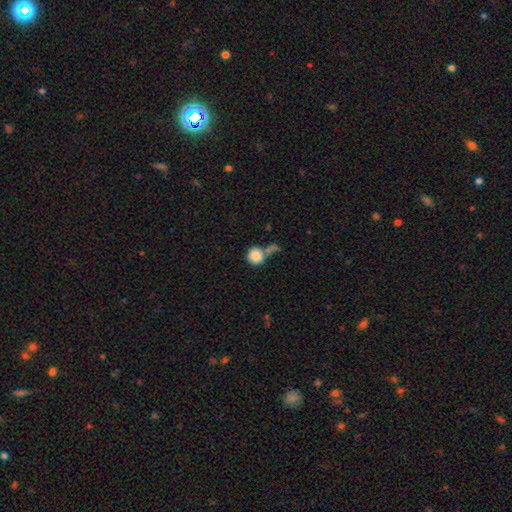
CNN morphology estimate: Smooth or featured?
  - smooth: 85% *
  - star or artifact: 8%
  - featured or disk: 7%
How rounded?
  - round: 92% *
  - in between: 7%
  - cigar-shaped: 1%
Merging?
  - none: 46% *
  - merger: 33%
  - minor disturbance: 12%
  - major disturbance: 9%